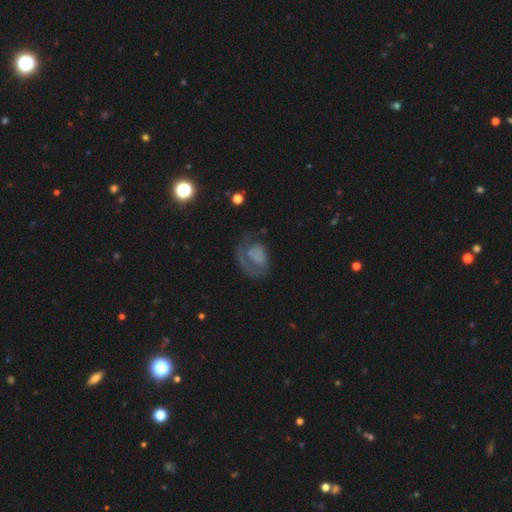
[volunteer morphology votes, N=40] type=featured or disk (50%); edge-on=no (100%); bar=no (85%); spiral arms=no (65%); bulge=none (55%); merging=major disturbance (46%).